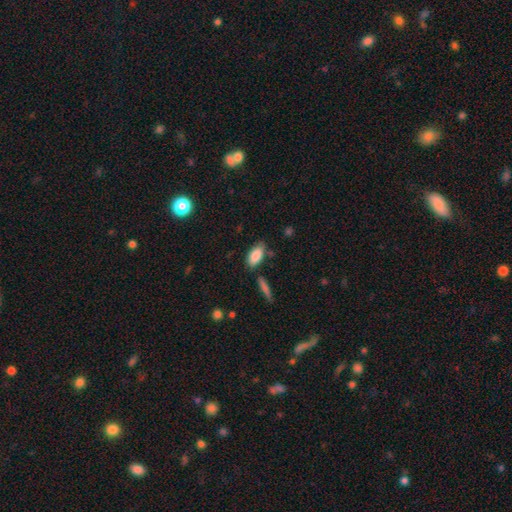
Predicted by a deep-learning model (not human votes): smooth 85%, featured or disk 8%, star or artifact 7%. Down the decision tree: how rounded — in between (88%); merging — none (75%).